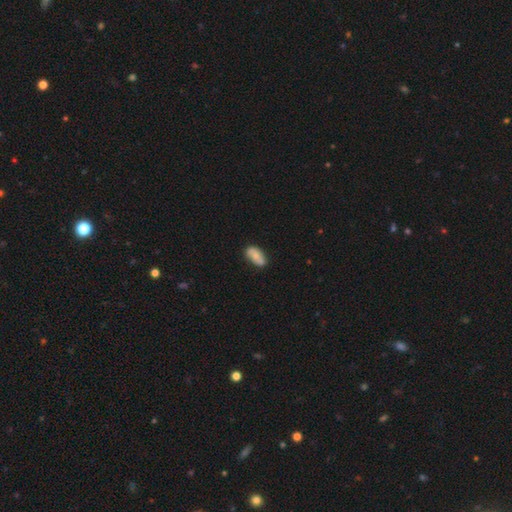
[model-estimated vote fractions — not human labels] The model was most divided on "smooth or featured": smooth: 67%, featured or disk: 26%, star or artifact: 7%. More confident: how rounded — in between (90%); merging — none (71%).